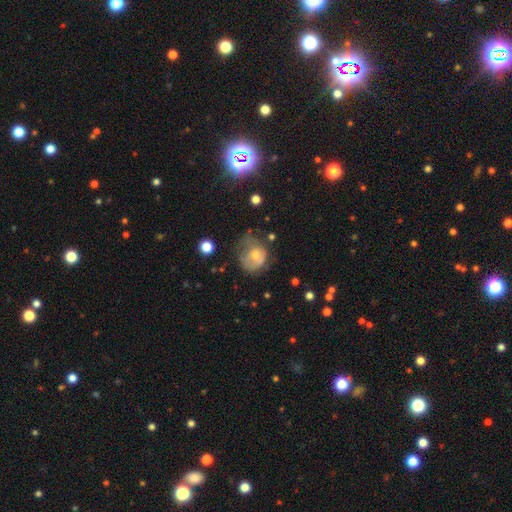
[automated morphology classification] This is possibly a smooth galaxy (52%). How rounded: likely round (64%). Merging: marginally major disturbance (36%).